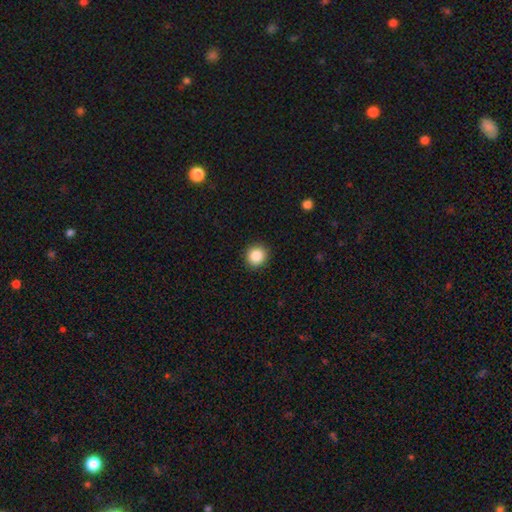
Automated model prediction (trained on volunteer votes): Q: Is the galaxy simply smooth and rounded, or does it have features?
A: smooth — 86%.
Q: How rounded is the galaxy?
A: round — 88%.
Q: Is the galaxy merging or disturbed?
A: none — 92%.